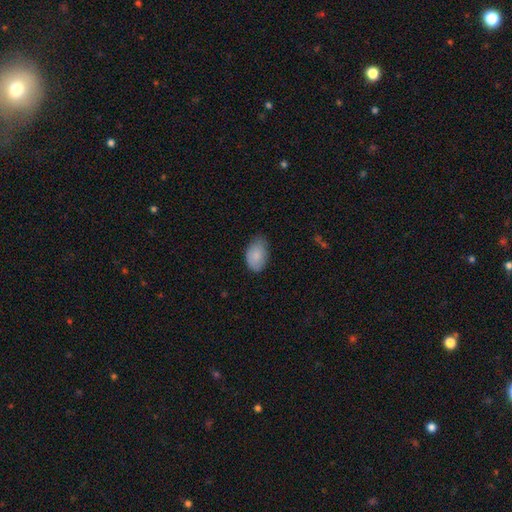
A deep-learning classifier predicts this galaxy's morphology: smooth_or_featured: smooth (p=0.85) [alt: featured or disk p=0.09]
how_rounded: in between (p=0.90) [alt: round p=0.09]
merging: none (p=0.64) [alt: minor disturbance p=0.30]